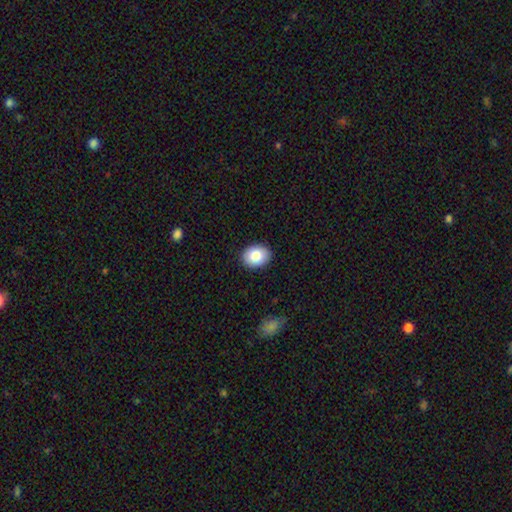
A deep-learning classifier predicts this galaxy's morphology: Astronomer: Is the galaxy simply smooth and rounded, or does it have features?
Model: smooth — 84%.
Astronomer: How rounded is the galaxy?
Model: in between — 61% (runner-up: round, 38%).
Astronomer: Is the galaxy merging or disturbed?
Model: none — 90%.